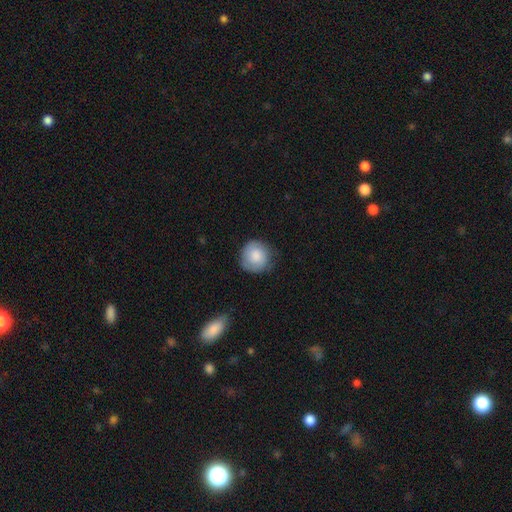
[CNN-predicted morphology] The model was most divided on "merging": none: 74%, minor disturbance: 20%, major disturbance: 5%, merger: 1%. More confident: how rounded — round (90%); smooth or featured — smooth (79%).